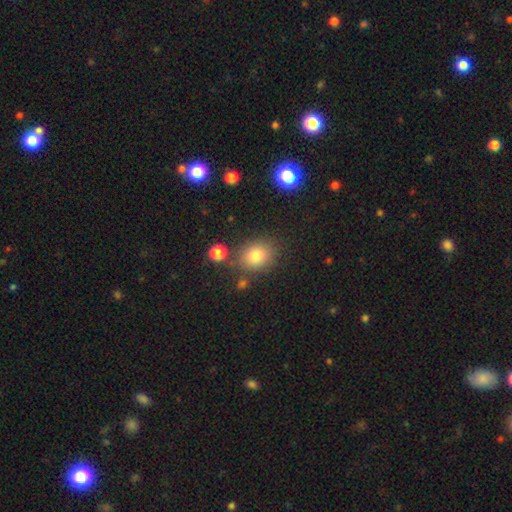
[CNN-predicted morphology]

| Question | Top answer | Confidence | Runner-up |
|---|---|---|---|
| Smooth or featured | smooth | 81% | star or artifact (12%) |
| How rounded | round | 56% | in between (43%) |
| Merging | none | 77% | minor disturbance (12%) |